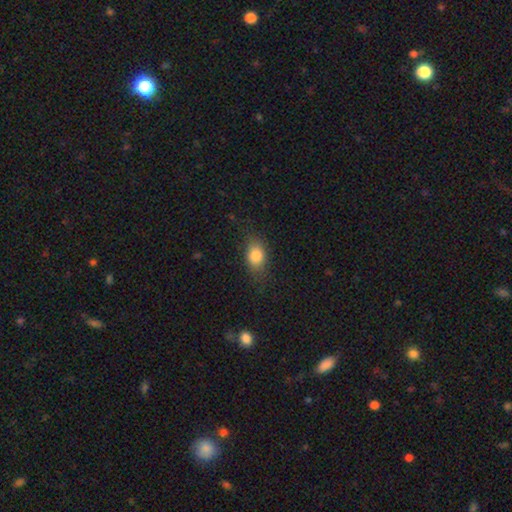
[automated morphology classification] A smooth galaxy with no disk features (82%) that is in between round and cigar-shaped (70%). Merging: none (76%).